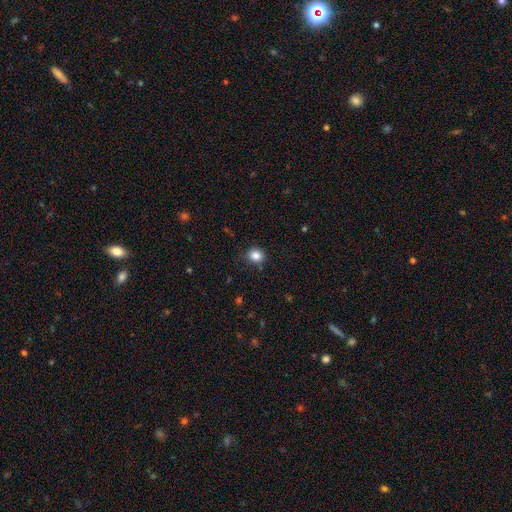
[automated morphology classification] A smooth galaxy with no disk features (84%) that is round (80%).

Vote fractions:
- Smooth or featured? smooth: 84% / star or artifact: 11% / featured or disk: 5%
- How rounded? round: 80% / in between: 19% / cigar-shaped: 1%
- Merging? none: 87% / minor disturbance: 9% / major disturbance: 2% / merger: 1%